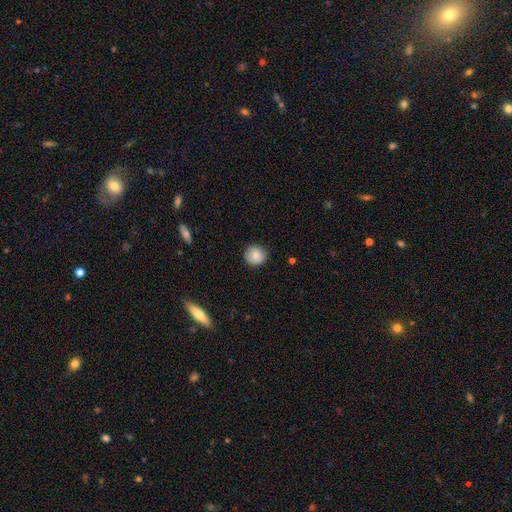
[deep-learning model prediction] A smooth galaxy with no disk features (81%) that is round (90%). Merging: none (84%).